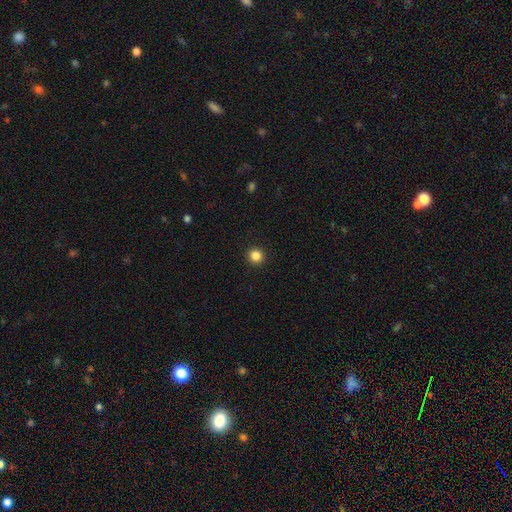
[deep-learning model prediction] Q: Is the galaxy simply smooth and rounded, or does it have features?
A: smooth — 85%.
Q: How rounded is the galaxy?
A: round — 95%.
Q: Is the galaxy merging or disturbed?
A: none — 93%.